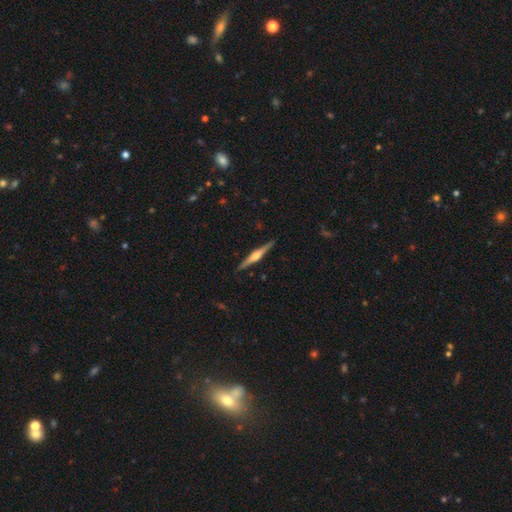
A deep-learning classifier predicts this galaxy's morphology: type=featured or disk (77%); edge-on=yes (98%); edge-on bulge=rounded (89%); merging=none (91%).